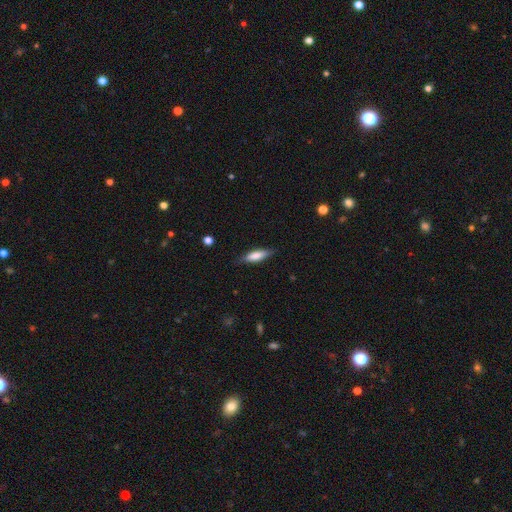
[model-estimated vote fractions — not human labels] This is likely a smooth galaxy (68%). How rounded: possibly cigar-shaped (56%). Merging: clearly none (81%).